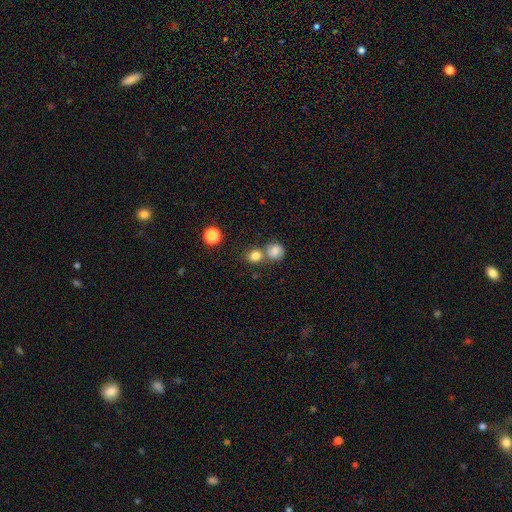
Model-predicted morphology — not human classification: The model was most divided on "merging": none: 52%, merger: 35%, minor disturbance: 9%, major disturbance: 4%. More confident: smooth or featured — smooth (81%); how rounded — round (72%).